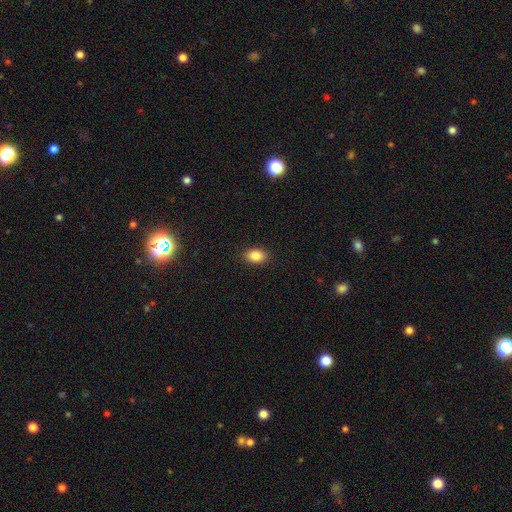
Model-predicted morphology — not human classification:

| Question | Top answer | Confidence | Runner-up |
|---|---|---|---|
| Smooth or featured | smooth | 85% | star or artifact (9%) |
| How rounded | in between | 79% | round (20%) |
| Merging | none | 89% | minor disturbance (8%) |